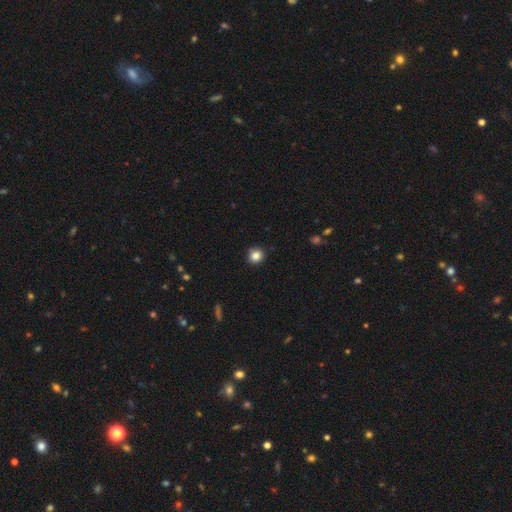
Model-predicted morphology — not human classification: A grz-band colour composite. It shows a smooth galaxy with no disk features (85%) that is round (91%). Merging: none (89%).